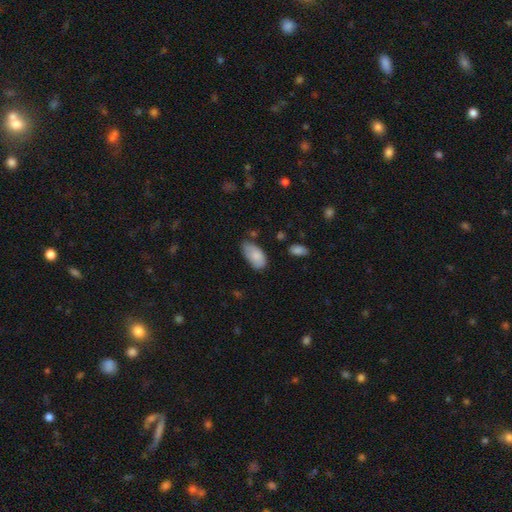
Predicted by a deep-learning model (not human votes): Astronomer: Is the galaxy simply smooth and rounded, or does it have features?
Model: smooth — 82%.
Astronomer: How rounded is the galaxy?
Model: in between — 94%.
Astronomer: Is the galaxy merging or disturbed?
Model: none — 54% (runner-up: minor disturbance, 35%).